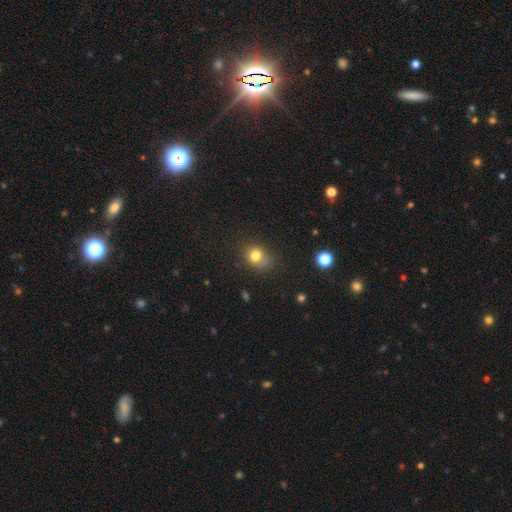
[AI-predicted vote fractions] smooth-or-featured: smooth: 79% | star or artifact: 13% | featured or disk: 8%
  how-rounded: round: 62% | in between: 37% | cigar-shaped: 1%
  merging: none: 62% | minor disturbance: 25% | major disturbance: 9% | merger: 4%